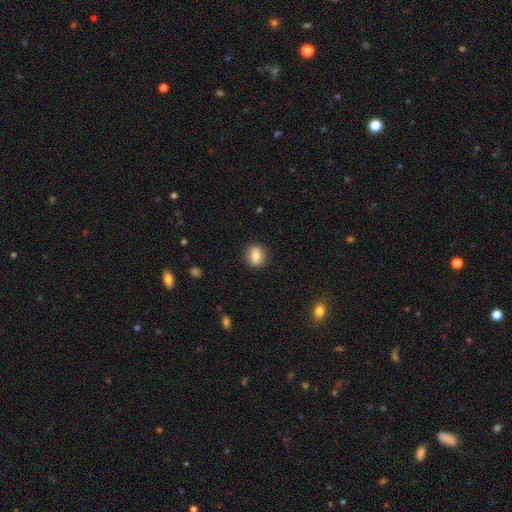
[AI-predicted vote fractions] Smooth or featured? Predicted: smooth (p=0.80). How rounded? Predicted: round (p=0.61). Merging? Predicted: none (p=0.88).